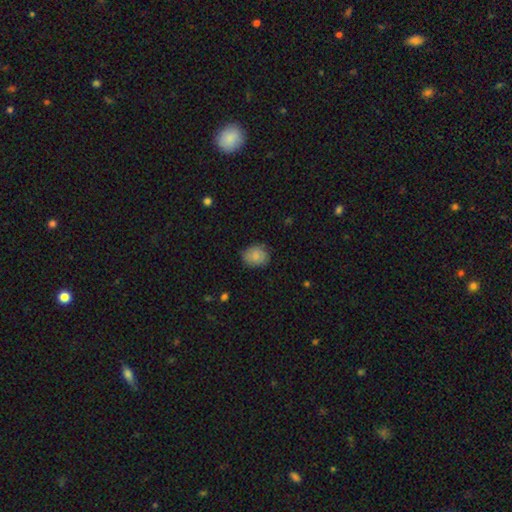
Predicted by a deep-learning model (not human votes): This is clearly a smooth galaxy (82%). How rounded: possibly round (53%). Merging: likely none (76%).